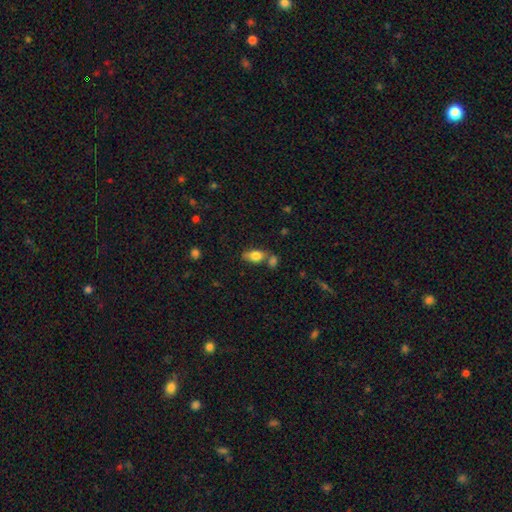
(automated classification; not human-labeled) Smooth or featured?
  - smooth: 75% *
  - featured or disk: 16%
  - star or artifact: 8%
How rounded?
  - in between: 85% *
  - round: 8%
  - cigar-shaped: 8%
Merging?
  - none: 57% *
  - merger: 22%
  - minor disturbance: 16%
  - major disturbance: 5%